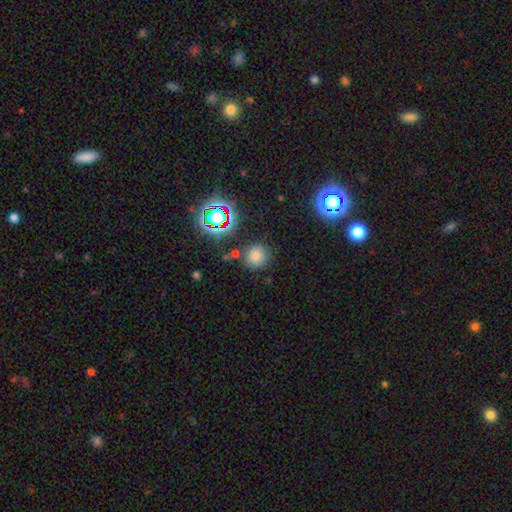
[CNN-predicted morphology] Smooth or featured? smooth (72%)
How rounded? round (89%)
Merging? none (79%)